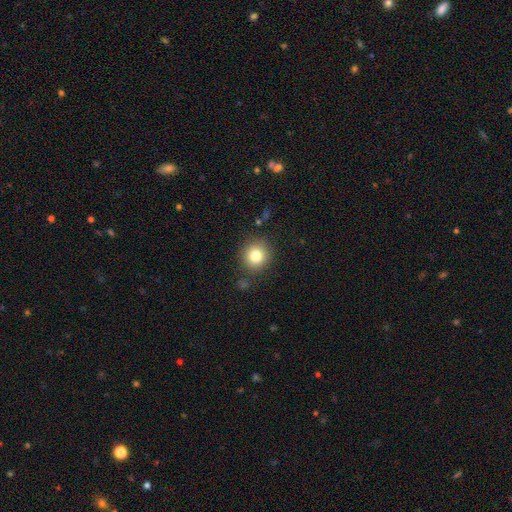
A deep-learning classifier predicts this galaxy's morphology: The model was most divided on "smooth or featured": smooth: 80%, star or artifact: 11%, featured or disk: 8%. More confident: how rounded — round (89%); merging — none (85%).